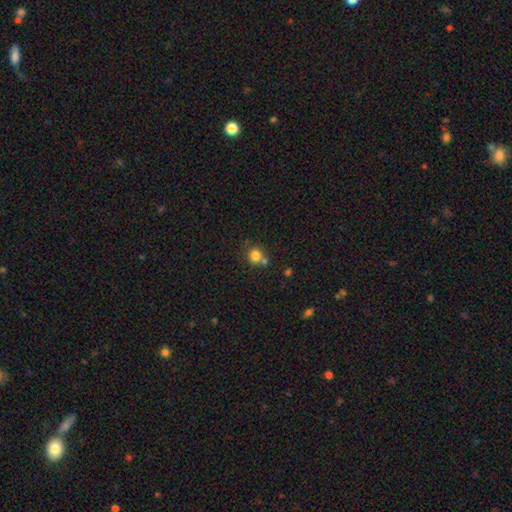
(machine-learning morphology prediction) Smooth or featured? Predicted: smooth (p=0.81). How rounded? Predicted: round (p=0.88). Merging? Predicted: none (p=0.61).